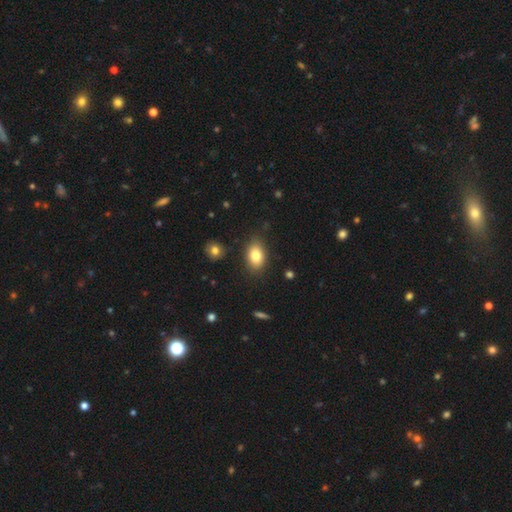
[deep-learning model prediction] Smooth or featured? smooth (81%)
How rounded? in between (85%)
Merging? none (84%)